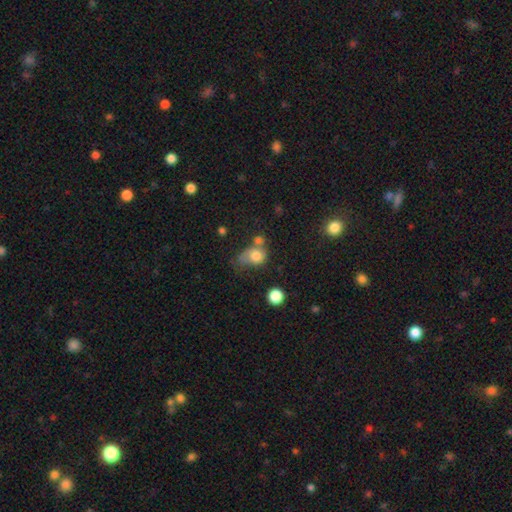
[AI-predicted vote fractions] A smooth galaxy with no disk features (76%) that is round (56%).

Vote fractions:
- Smooth or featured? smooth: 76% / featured or disk: 14% / star or artifact: 11%
- How rounded? round: 56% / in between: 42% / cigar-shaped: 1%
- Merging? merger: 28% / none: 27% / minor disturbance: 23% / major disturbance: 21%